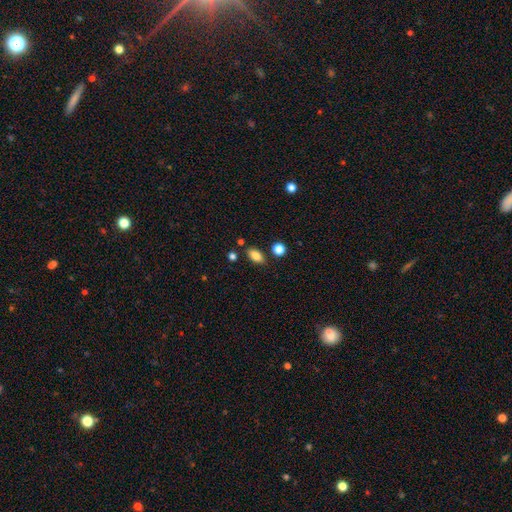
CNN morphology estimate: Smooth or featured?
  - smooth: 84% *
  - star or artifact: 9%
  - featured or disk: 7%
How rounded?
  - in between: 87% *
  - round: 8%
  - cigar-shaped: 5%
Merging?
  - none: 82% *
  - minor disturbance: 11%
  - merger: 5%
  - major disturbance: 3%